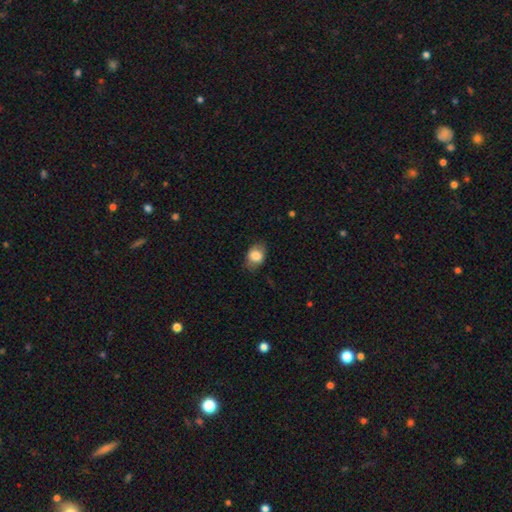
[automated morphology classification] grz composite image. It shows a smooth galaxy with no disk features (80%) that is in between round and cigar-shaped (70%). Merging: none (77%).